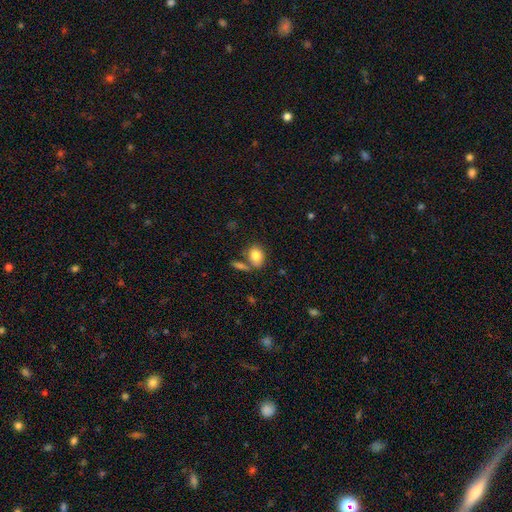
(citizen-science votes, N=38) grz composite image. It shows a smooth galaxy with no disk features (87%) that is in between round and cigar-shaped (61%). Merging: none (50%).